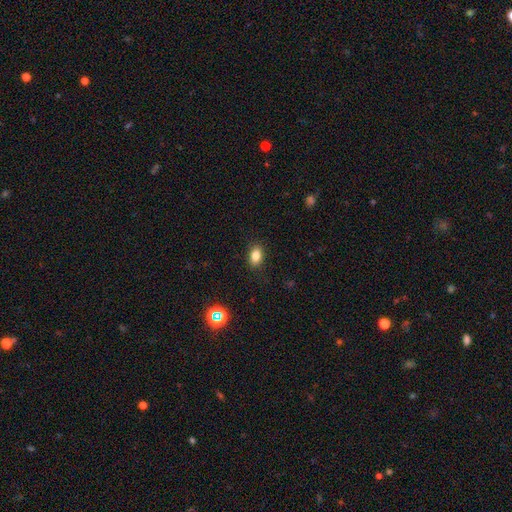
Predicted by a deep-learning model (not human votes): This is clearly a smooth galaxy (82%). How rounded: clearly in between (81%). Merging: clearly none (87%).